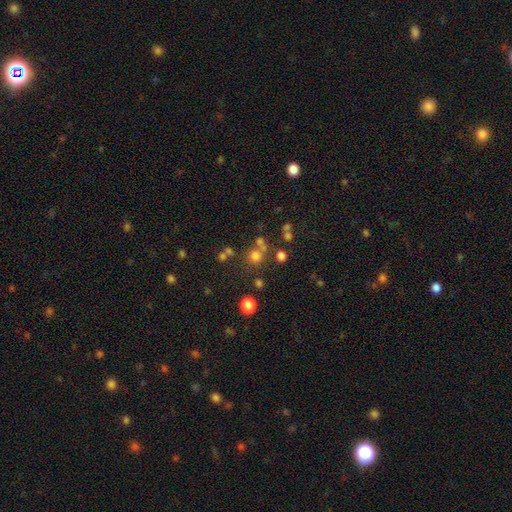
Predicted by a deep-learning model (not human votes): The model was most divided on "smooth or featured": smooth: 66%, star or artifact: 23%, featured or disk: 11%. More confident: how rounded — round (89%); merging — none (65%).